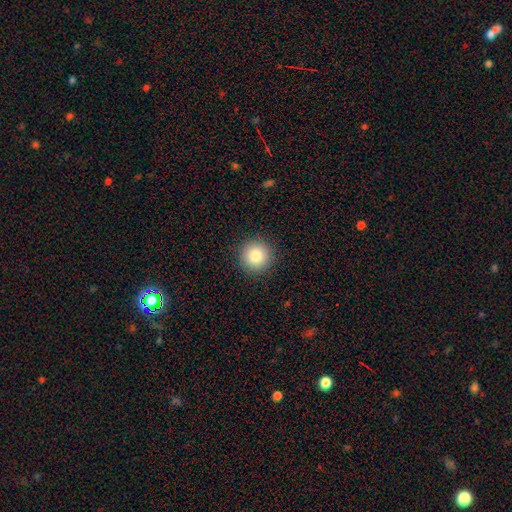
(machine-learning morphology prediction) Smooth or featured: smooth — 83% (star or artifact — 10%)
How rounded: round — 95% (in between — 4%)
Merging: none — 92% (minor disturbance — 5%)